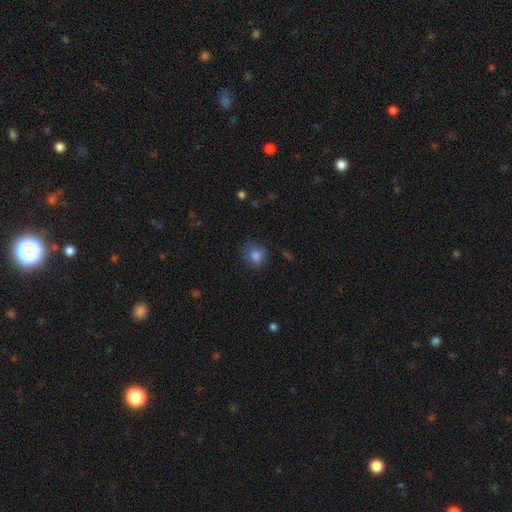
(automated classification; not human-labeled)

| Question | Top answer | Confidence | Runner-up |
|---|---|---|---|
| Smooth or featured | smooth | 82% | star or artifact (10%) |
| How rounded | round | 79% | in between (20%) |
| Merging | none | 74% | minor disturbance (19%) |